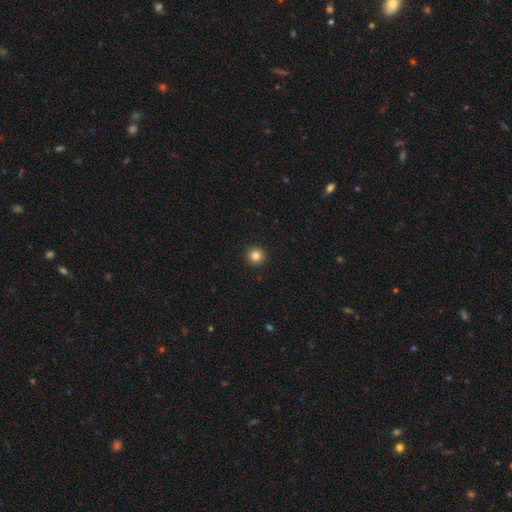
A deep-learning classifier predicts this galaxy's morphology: This is clearly a smooth galaxy (83%). How rounded: clearly round (96%). Merging: clearly none (94%).